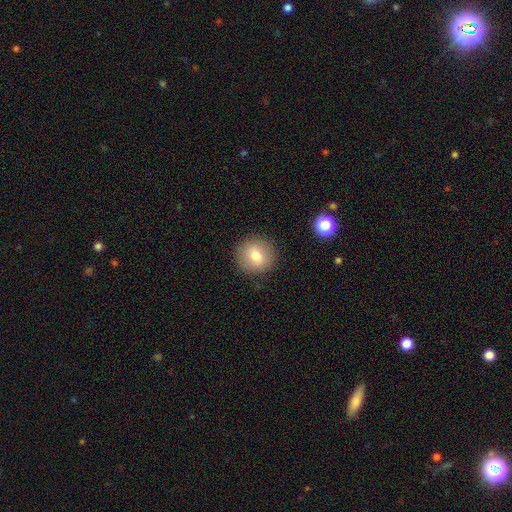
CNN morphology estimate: A smooth galaxy with no disk features (75%) that is round (90%). Merging: none (89%).